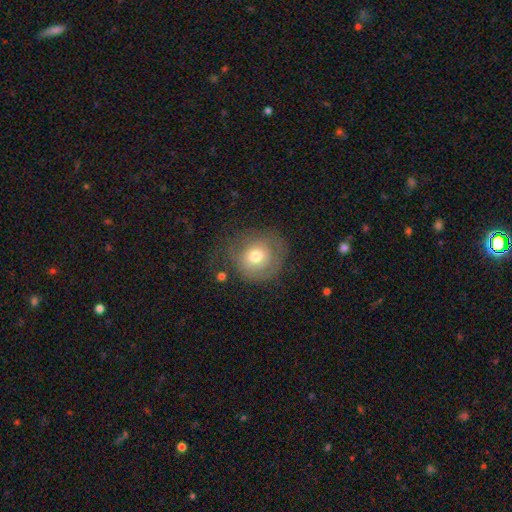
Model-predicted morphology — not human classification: Q: Smooth or featured?
A: smooth (60%); runner-up: featured or disk (30%)
Q: How rounded?
A: round (87%); runner-up: in between (12%)
Q: Merging?
A: none (57%); runner-up: minor disturbance (22%)